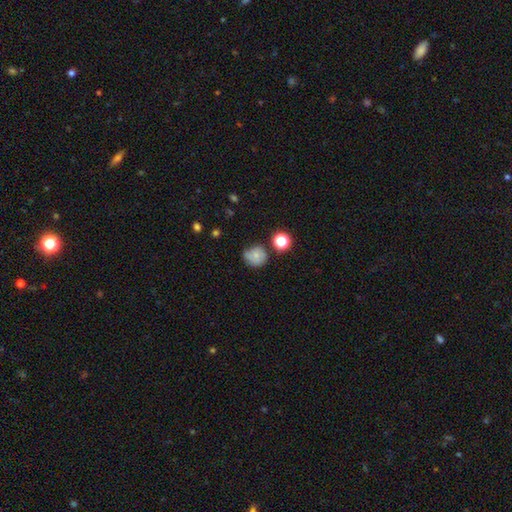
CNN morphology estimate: This is likely a smooth galaxy (66%). How rounded: clearly round (82%). Merging: possibly none (53%).